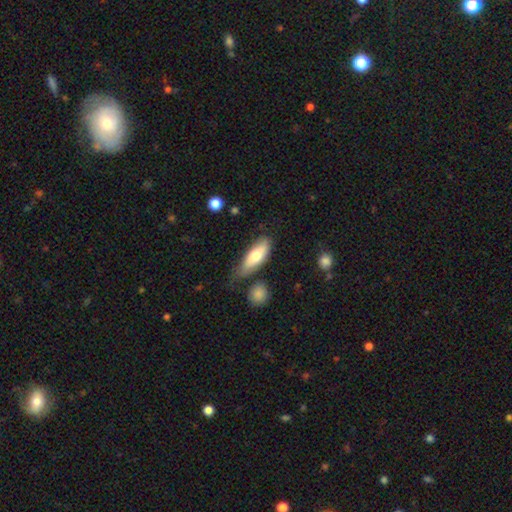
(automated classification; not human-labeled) Overall: smooth (69%). How rounded: in between (71%). Merging: none (54%; minor disturbance 28%).